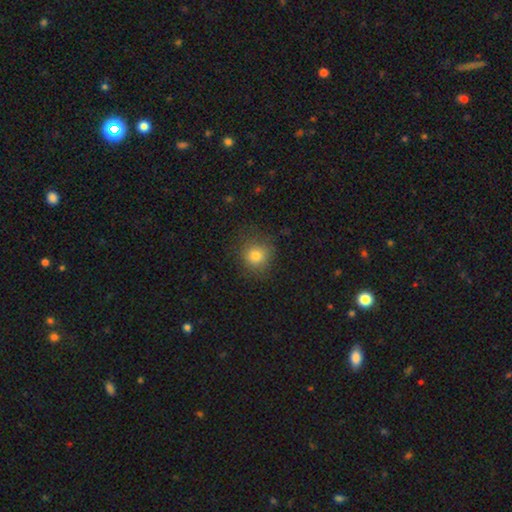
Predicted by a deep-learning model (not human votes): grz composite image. It shows a smooth galaxy with no disk features (80%) that is round (89%). Merging: none (81%).